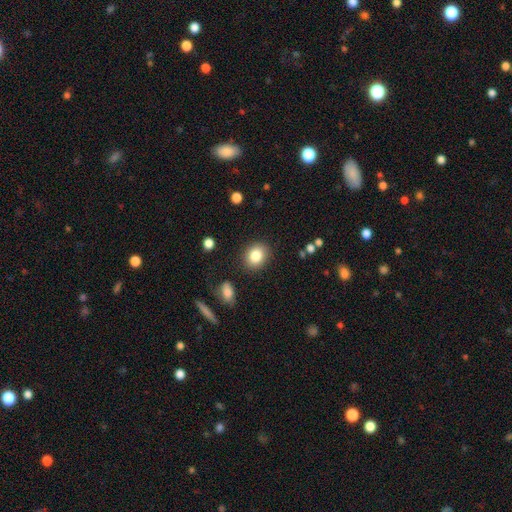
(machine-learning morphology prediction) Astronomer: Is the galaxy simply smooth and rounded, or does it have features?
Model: smooth — 84%.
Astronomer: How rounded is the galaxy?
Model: round — 58% (runner-up: in between, 41%).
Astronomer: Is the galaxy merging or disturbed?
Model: none — 87%.